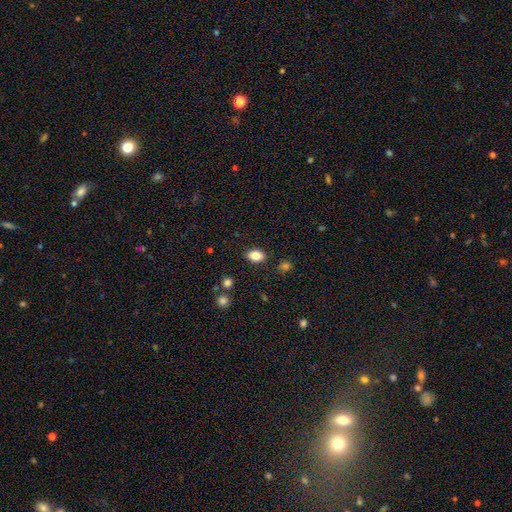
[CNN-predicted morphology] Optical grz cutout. It shows a smooth galaxy with no disk features (83%) that is in between round and cigar-shaped (82%). Merging: none (86%).